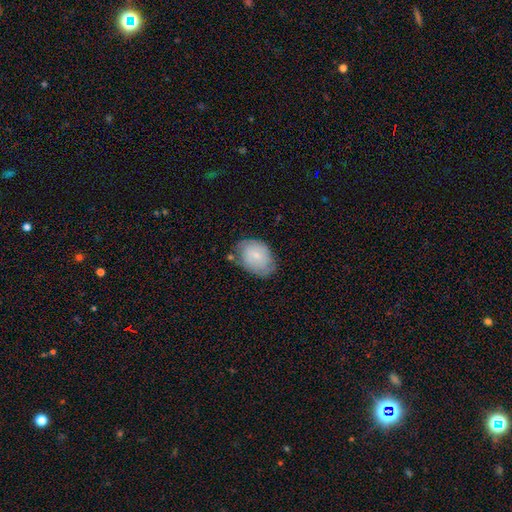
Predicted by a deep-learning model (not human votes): Smooth or featured? smooth (65%)
How rounded? in between (81%)
Merging? none (63%)